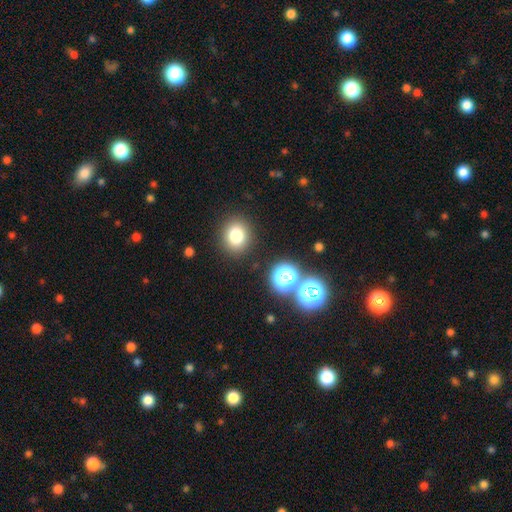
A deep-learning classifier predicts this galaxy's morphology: Overall: smooth (48%; star or artifact 45%). Merging: none (84%).